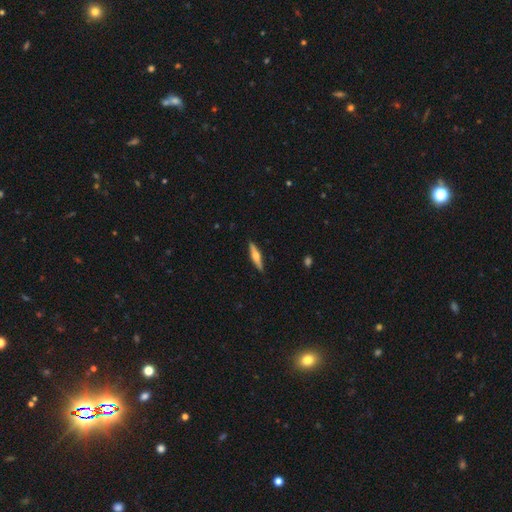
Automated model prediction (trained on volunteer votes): Smooth or featured? featured or disk (61%)
Edge-on disk? yes (96%)
Edge-on bulge? rounded (92%)
Merging? none (90%)